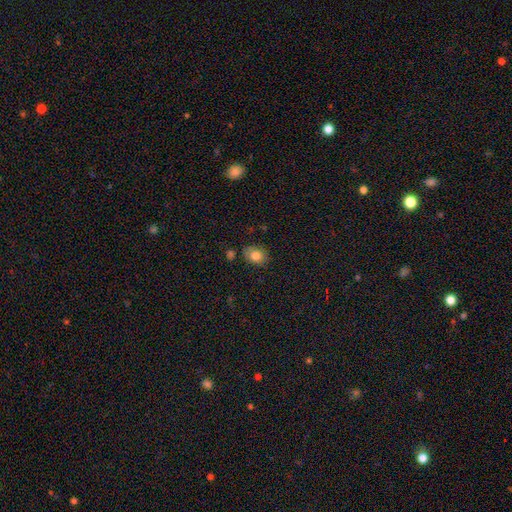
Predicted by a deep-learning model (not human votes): Smooth or featured? smooth (82%)
How rounded? in between (58%)
Merging? none (76%)